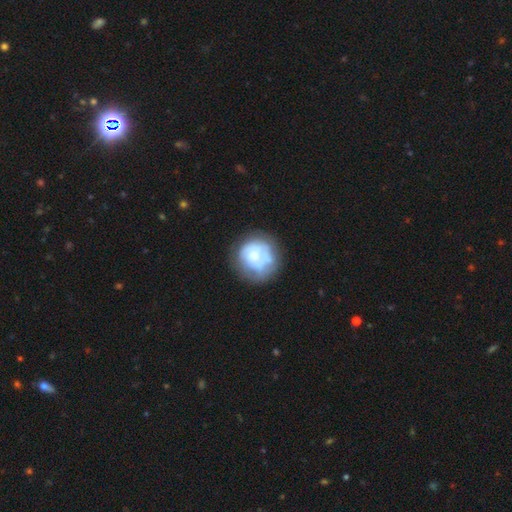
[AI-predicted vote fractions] Morphology: type=smooth (49%); merging=none (57%).